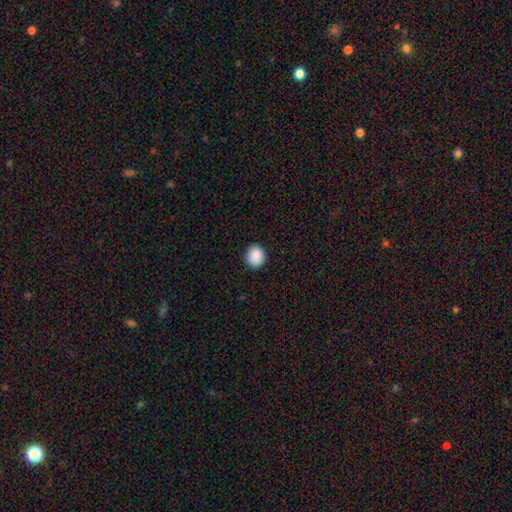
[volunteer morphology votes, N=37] smooth_or_featured: smooth (p=0.84) [alt: featured or disk p=0.08]
how_rounded: round (p=0.77) [alt: in between p=0.23]
merging: none (p=0.82) [alt: minor disturbance p=0.18]